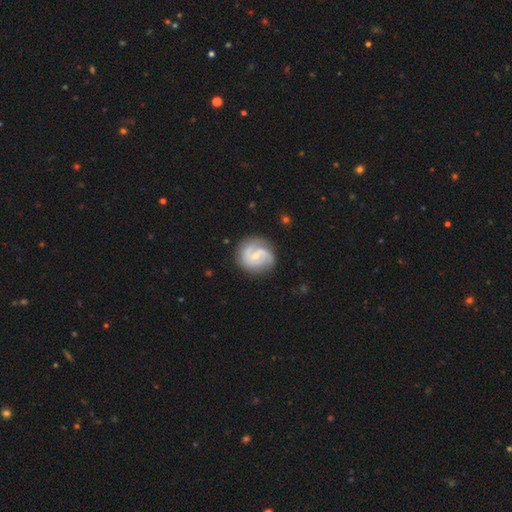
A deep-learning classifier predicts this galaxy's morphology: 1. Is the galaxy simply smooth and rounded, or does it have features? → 82% featured or disk, 13% smooth, 5% star or artifact.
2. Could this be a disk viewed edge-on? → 98% no, 2% yes.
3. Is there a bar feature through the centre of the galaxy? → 55% no, 38% weak, 8% strong.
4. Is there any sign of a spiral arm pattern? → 95% yes, 5% no.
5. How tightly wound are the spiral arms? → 46% medium, 38% tight, 16% loose.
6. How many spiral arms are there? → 60% 2, 19% 3, 10% can't tell, 6% 1, 3% 4, 2% more than 4.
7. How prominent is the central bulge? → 55% small, 42% moderate, 1% large, 1% none, 1% dominant.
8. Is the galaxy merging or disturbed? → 76% none, 16% minor disturbance, 6% major disturbance, 2% merger.